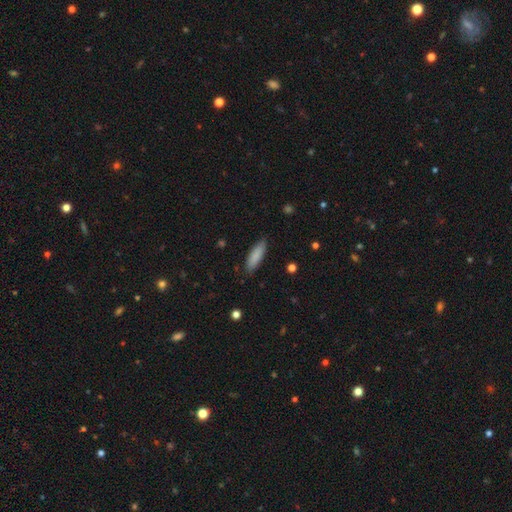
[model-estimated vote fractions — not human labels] Smooth or featured? Predicted: smooth (p=0.86). How rounded? Predicted: cigar-shaped (p=0.55). Merging? Predicted: none (p=0.87).